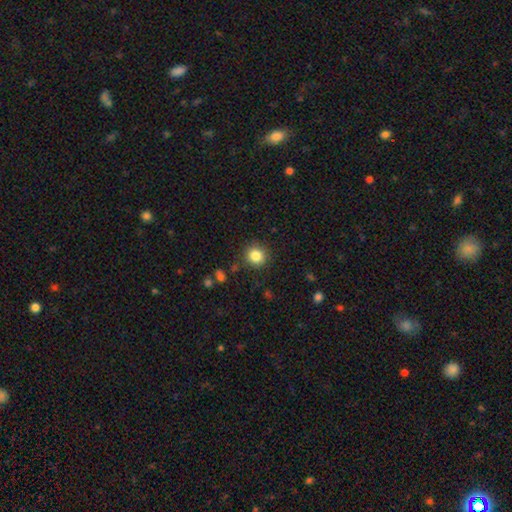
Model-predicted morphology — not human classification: The model was most divided on "smooth or featured": smooth: 84%, star or artifact: 11%, featured or disk: 5%. More confident: how rounded — round (90%); merging — none (88%).